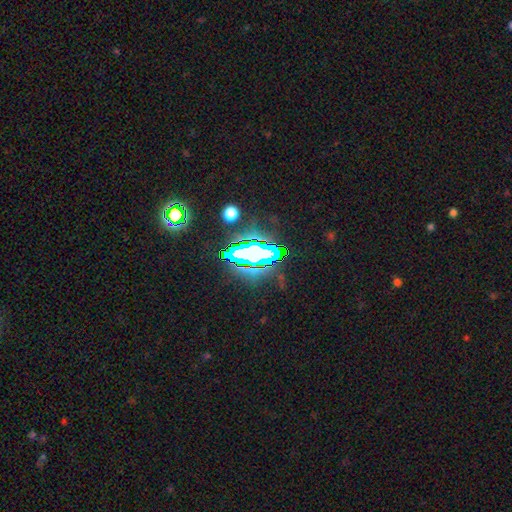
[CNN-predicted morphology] Smooth or featured? star or artifact (57%)